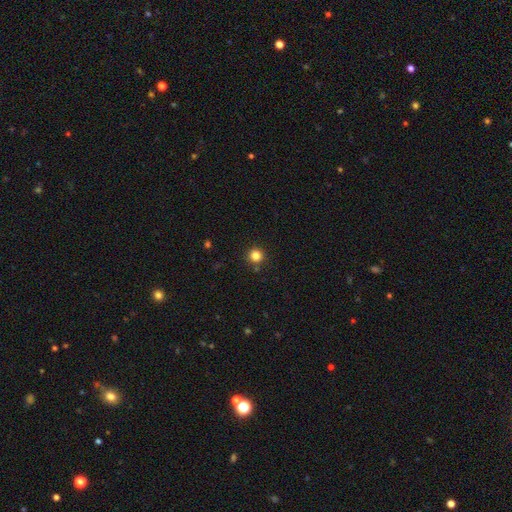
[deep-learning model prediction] smooth-or-featured: smooth: 83% | star or artifact: 13% | featured or disk: 4%
  how-rounded: round: 95% | in between: 4% | cigar-shaped: 1%
  merging: none: 89% | minor disturbance: 6% | merger: 3% | major disturbance: 2%